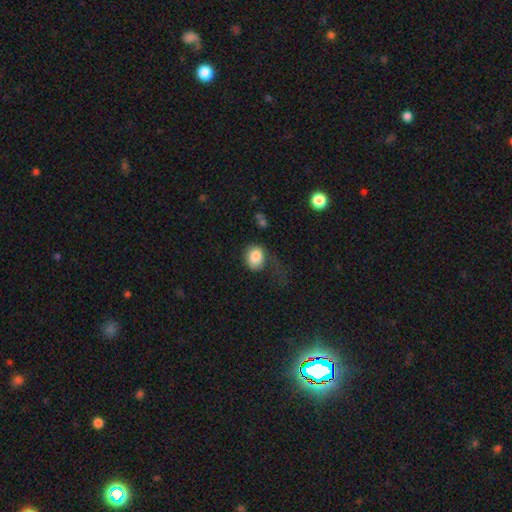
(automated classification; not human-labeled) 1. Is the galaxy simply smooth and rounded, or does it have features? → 83% smooth, 9% featured or disk, 8% star or artifact.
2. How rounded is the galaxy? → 58% in between, 41% round, 1% cigar-shaped.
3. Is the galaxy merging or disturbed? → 40% none, 32% major disturbance, 24% minor disturbance, 4% merger.